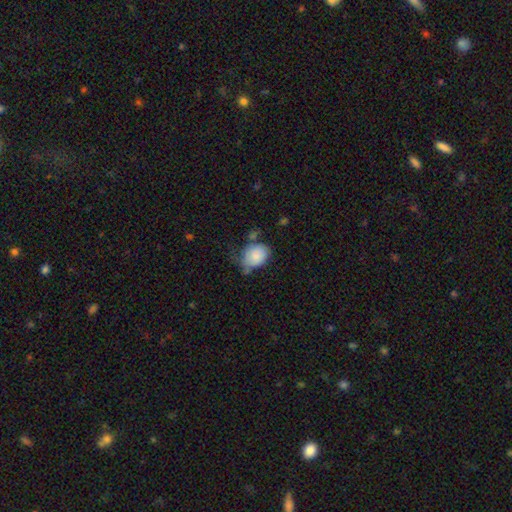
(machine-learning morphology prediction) smooth_or_featured: smooth (p=0.79) [alt: featured or disk p=0.13]
how_rounded: in between (p=0.60) [alt: round p=0.40]
merging: none (p=0.39) [alt: minor disturbance p=0.35]